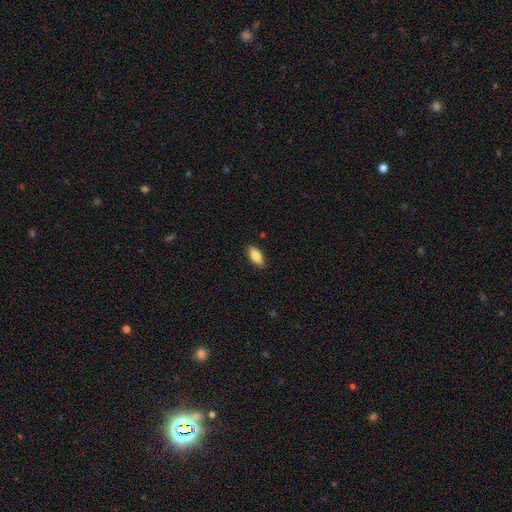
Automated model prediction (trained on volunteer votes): This appears to be a smooth galaxy with no disk features (83%) that is in between round and cigar-shaped (87%). Merging: none (88%).